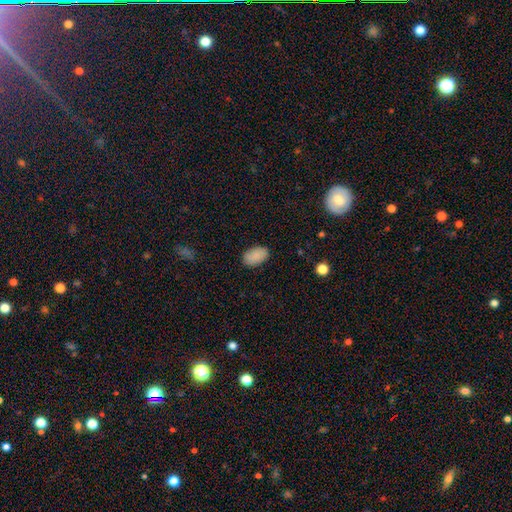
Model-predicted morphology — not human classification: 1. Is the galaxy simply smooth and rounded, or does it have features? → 89% smooth, 7% star or artifact, 4% featured or disk.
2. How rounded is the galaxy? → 93% in between, 5% round, 1% cigar-shaped.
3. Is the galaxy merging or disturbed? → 87% none, 10% minor disturbance, 2% major disturbance, 1% merger.